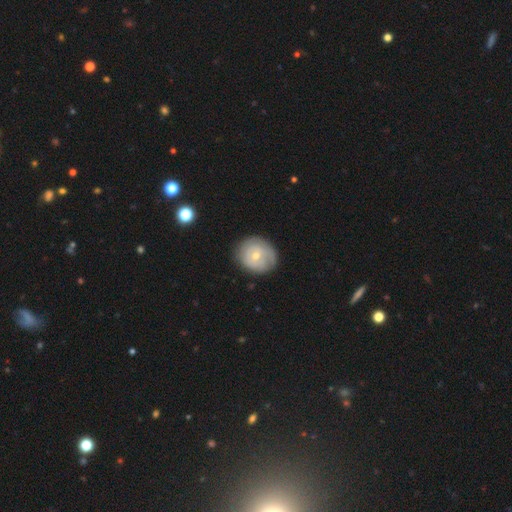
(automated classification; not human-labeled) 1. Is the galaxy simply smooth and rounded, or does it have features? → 50% featured or disk, 44% smooth, 6% star or artifact.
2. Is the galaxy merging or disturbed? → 75% none, 18% minor disturbance, 5% major disturbance, 1% merger.